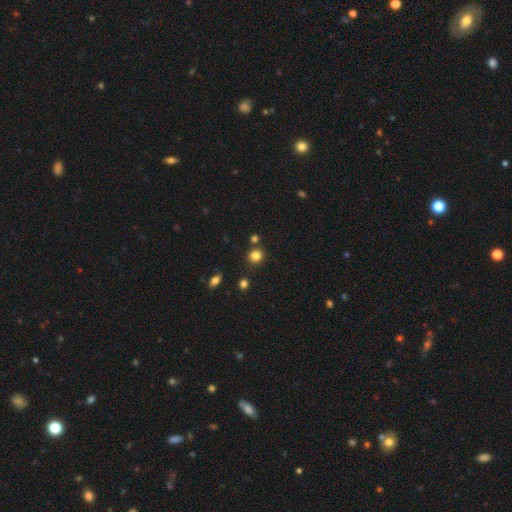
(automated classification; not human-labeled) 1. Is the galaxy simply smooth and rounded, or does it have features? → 82% smooth, 13% star or artifact, 5% featured or disk.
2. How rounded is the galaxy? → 89% round, 10% in between, 1% cigar-shaped.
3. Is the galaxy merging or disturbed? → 82% none, 8% minor disturbance, 8% merger, 2% major disturbance.